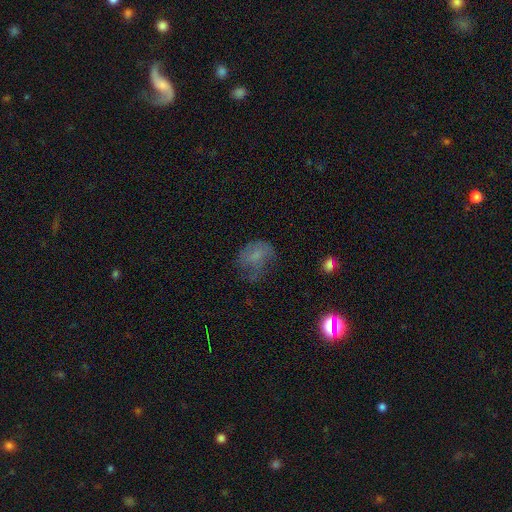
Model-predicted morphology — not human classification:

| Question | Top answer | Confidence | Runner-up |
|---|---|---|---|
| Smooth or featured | smooth | 55% | featured or disk (30%) |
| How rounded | in between | 59% | round (39%) |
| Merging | none | 40% | major disturbance (29%) |